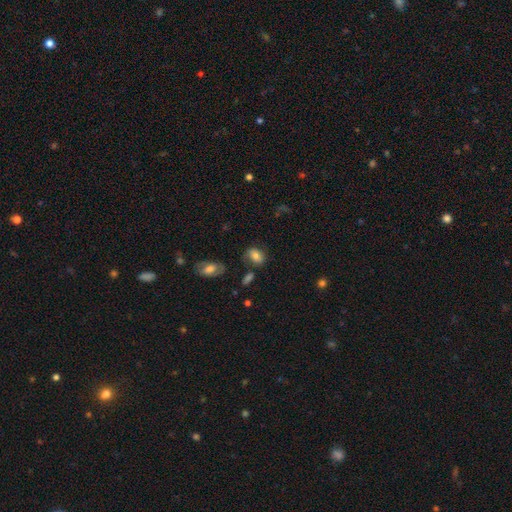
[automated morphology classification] Smooth or featured: smooth — 74% (featured or disk — 16%)
How rounded: in between — 78% (round — 21%)
Merging: none — 63% (minor disturbance — 21%)